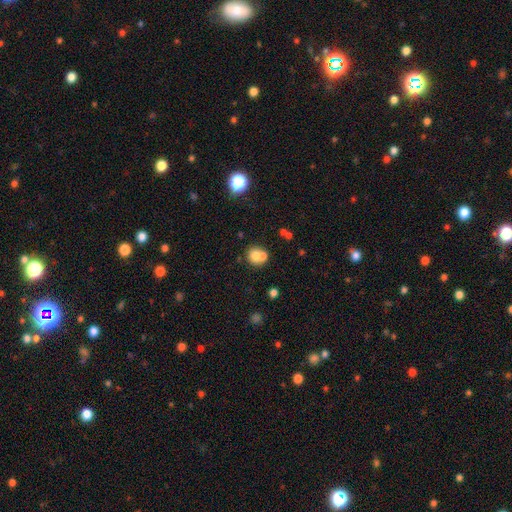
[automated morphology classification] smooth_or_featured: smooth (p=0.73) [alt: featured or disk p=0.16]
how_rounded: round (p=0.80) [alt: in between p=0.19]
merging: merger (p=0.47) [alt: none p=0.42]